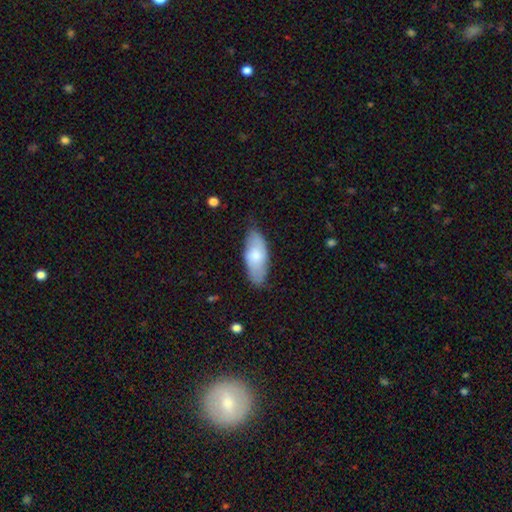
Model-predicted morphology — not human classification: Q: Smooth or featured?
A: smooth (72%); runner-up: featured or disk (22%)
Q: How rounded?
A: in between (84%); runner-up: cigar-shaped (14%)
Q: Merging?
A: none (76%); runner-up: minor disturbance (19%)